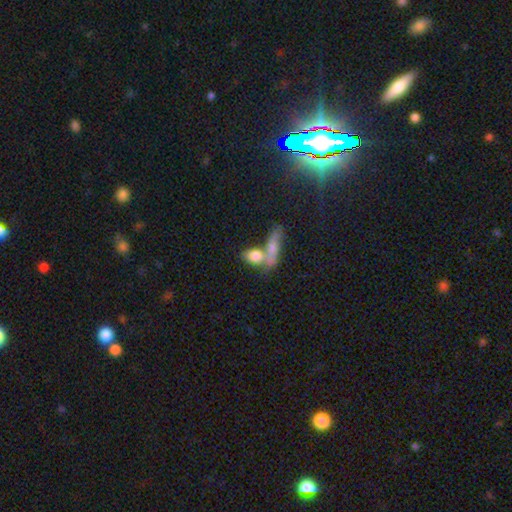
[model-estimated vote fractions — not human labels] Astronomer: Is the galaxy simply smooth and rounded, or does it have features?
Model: smooth — 76%.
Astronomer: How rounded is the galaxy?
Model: in between — 71%.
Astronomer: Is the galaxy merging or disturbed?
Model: merger — 54% (runner-up: none, 31%).